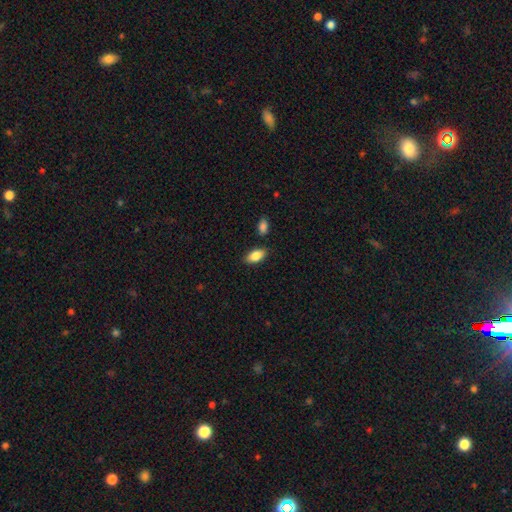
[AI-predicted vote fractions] The model was most divided on "merging": none: 83%, minor disturbance: 11%, merger: 3%, major disturbance: 2%. More confident: how rounded — in between (92%); smooth or featured — smooth (87%).